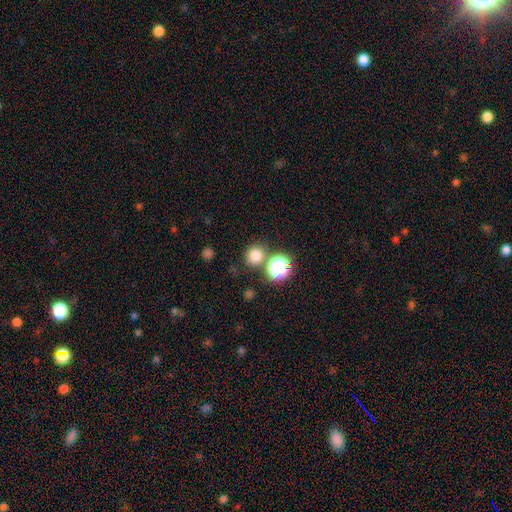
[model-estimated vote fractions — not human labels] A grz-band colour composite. It shows a smooth galaxy with no disk features (77%) that is round (84%). Merging: none (76%).